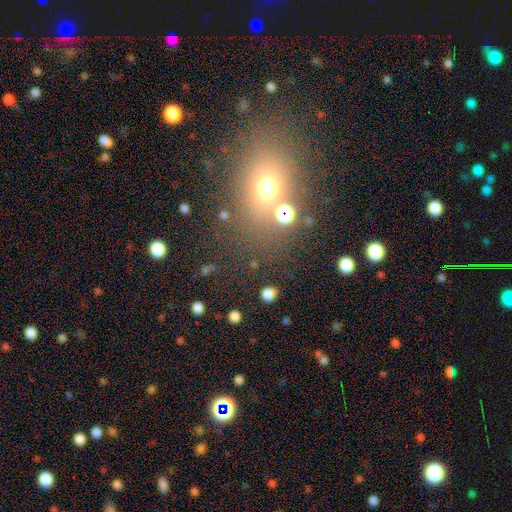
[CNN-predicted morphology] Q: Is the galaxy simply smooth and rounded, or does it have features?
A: smooth — 51%.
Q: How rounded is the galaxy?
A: in between — 58%.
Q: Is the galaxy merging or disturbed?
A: none — 71%.